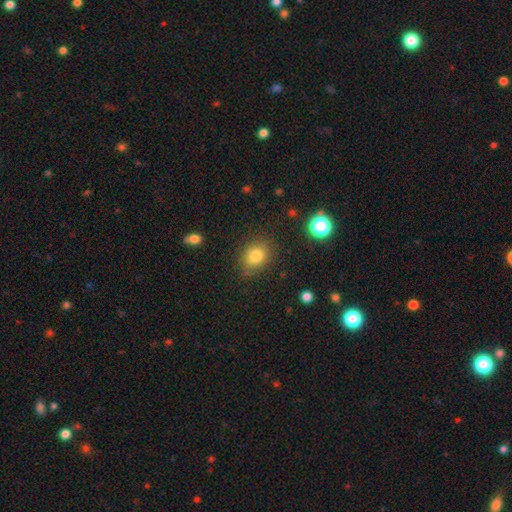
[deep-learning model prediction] Smooth or featured?
  - smooth: 80% *
  - star or artifact: 12%
  - featured or disk: 8%
How rounded?
  - round: 52% *
  - in between: 47%
  - cigar-shaped: 1%
Merging?
  - none: 81% *
  - minor disturbance: 13%
  - major disturbance: 4%
  - merger: 2%